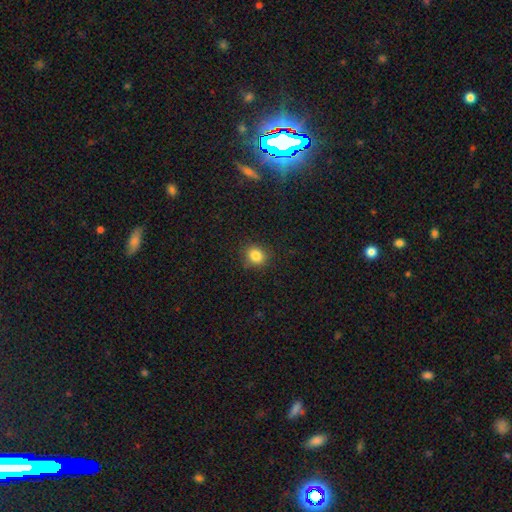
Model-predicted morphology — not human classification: Overall: smooth (84%). How rounded: round (74%). Merging: none (86%).